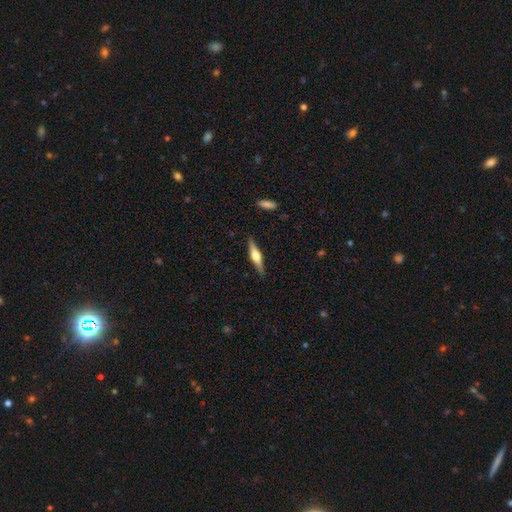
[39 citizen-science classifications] Smooth or featured? featured or disk (87%)
Edge-on disk? yes (91%)
Edge-on bulge? rounded (100%)
Merging? none (89%)